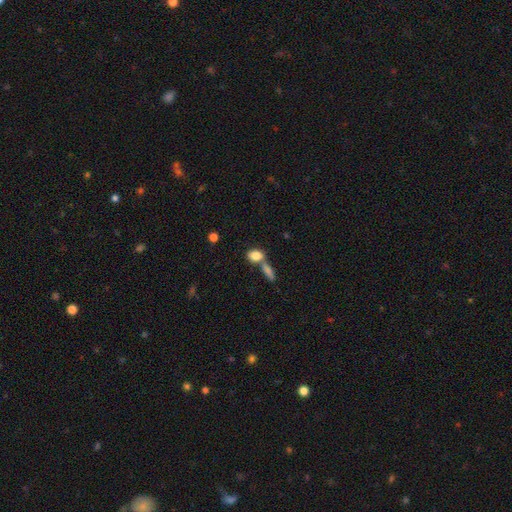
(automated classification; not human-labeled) A smooth galaxy with no disk features (83%) that is in between round and cigar-shaped (77%). Merging: none (44%).